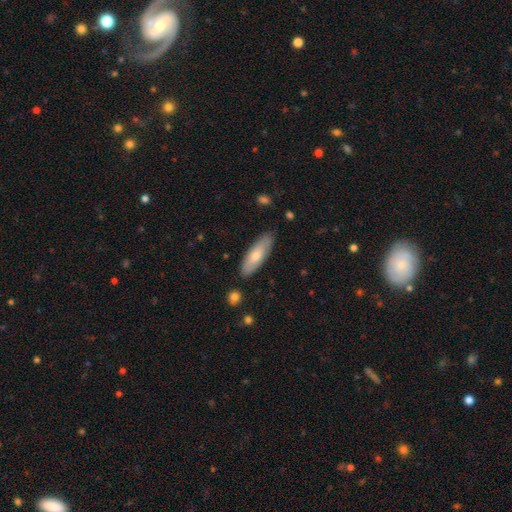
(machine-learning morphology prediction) This appears to be a smooth galaxy with no disk features (68%) that is in between round and cigar-shaped (57%). Merging: none (85%).